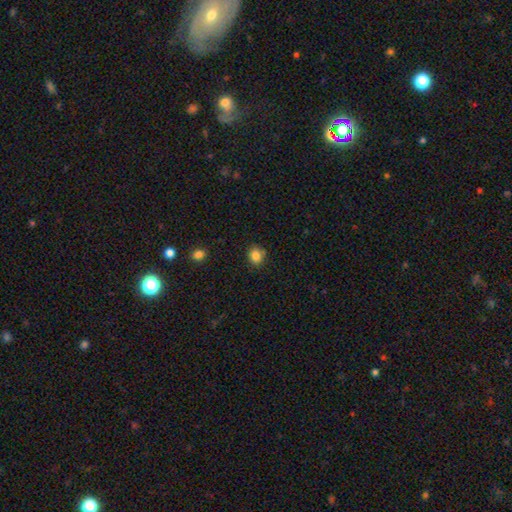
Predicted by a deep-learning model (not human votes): Smooth or featured? smooth (84%)
How rounded? round (66%)
Merging? none (78%)